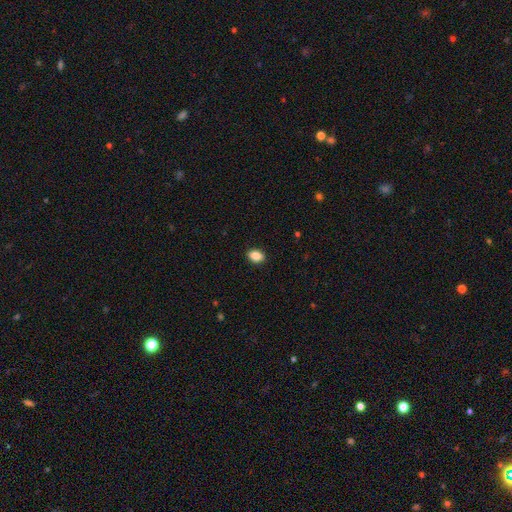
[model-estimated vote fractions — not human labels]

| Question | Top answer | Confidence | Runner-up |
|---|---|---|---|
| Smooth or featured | smooth | 87% | star or artifact (8%) |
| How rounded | in between | 79% | round (19%) |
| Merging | none | 90% | minor disturbance (8%) |